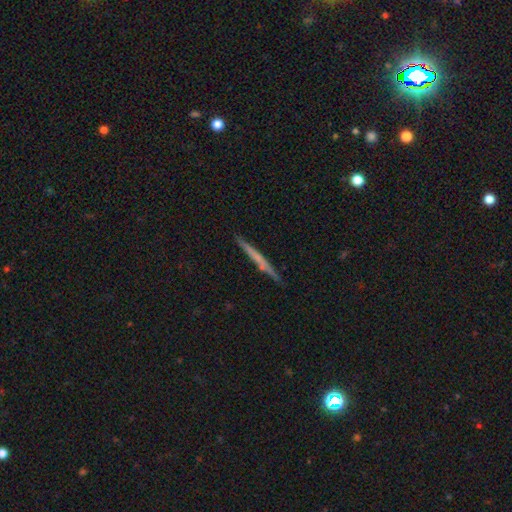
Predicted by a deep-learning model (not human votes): Morphology: type=featured or disk (53%); edge-on=yes (94%); merging=none (89%).